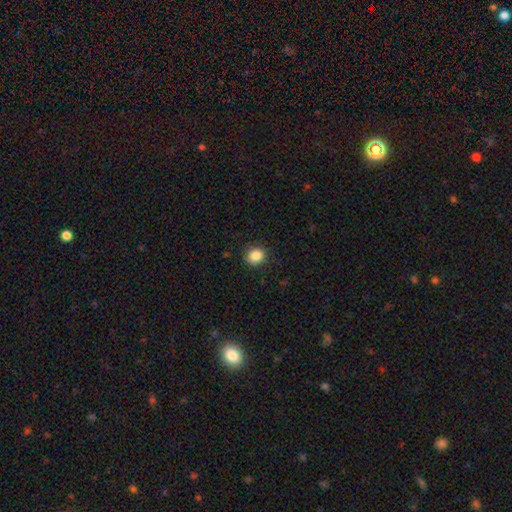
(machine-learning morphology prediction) Smooth or featured?
  - smooth: 86% *
  - star or artifact: 10%
  - featured or disk: 4%
How rounded?
  - round: 78% *
  - in between: 21%
  - cigar-shaped: 1%
Merging?
  - none: 87% *
  - minor disturbance: 9%
  - major disturbance: 2%
  - merger: 1%